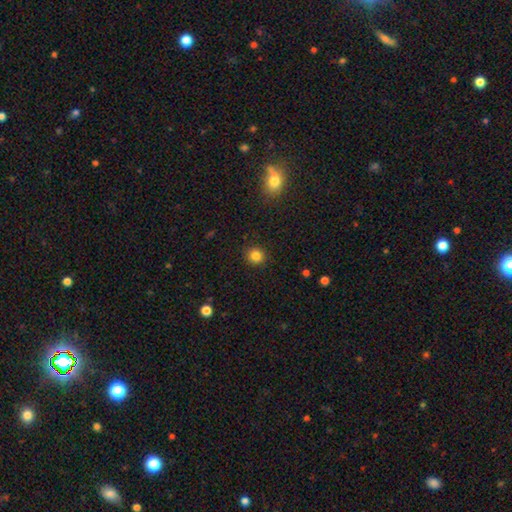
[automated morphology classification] smooth 83%, star or artifact 12%, featured or disk 5%. Down the decision tree: how rounded — round (89%); merging — none (91%).